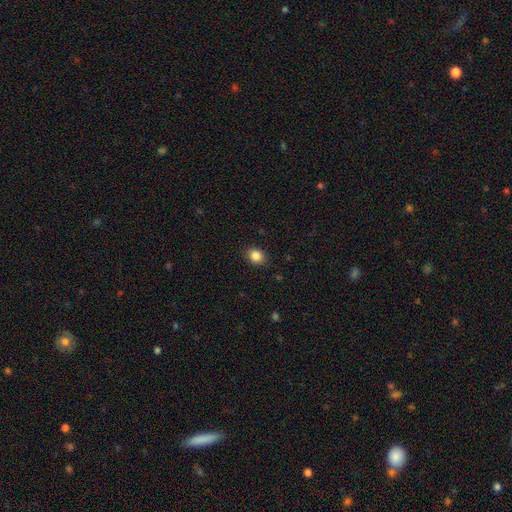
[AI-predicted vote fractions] Morphology: type=smooth (85%); roundness=round (60%); merging=none (88%).